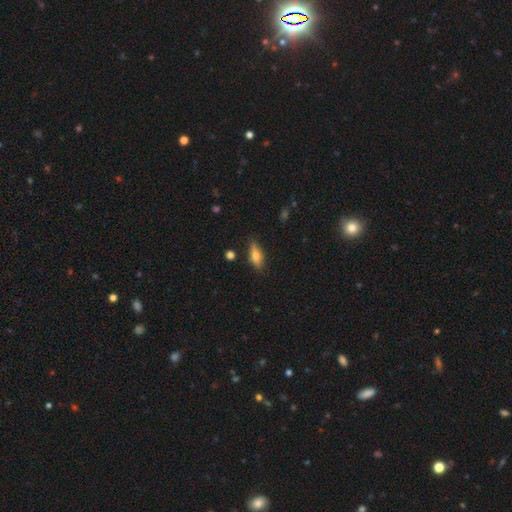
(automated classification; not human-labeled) smooth_or_featured: smooth (p=0.61) [alt: featured or disk p=0.32]
how_rounded: in between (p=0.67) [alt: cigar-shaped p=0.29]
merging: none (p=0.79) [alt: minor disturbance p=0.16]